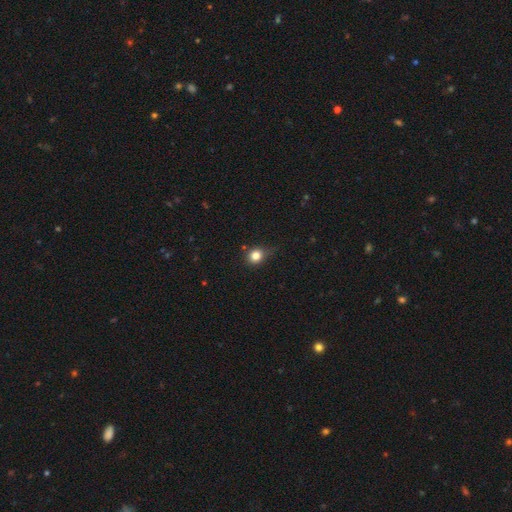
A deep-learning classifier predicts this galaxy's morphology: Smooth or featured?
  - smooth: 81% *
  - star or artifact: 12%
  - featured or disk: 7%
How rounded?
  - round: 81% *
  - in between: 18%
  - cigar-shaped: 1%
Merging?
  - none: 65% *
  - minor disturbance: 26%
  - major disturbance: 6%
  - merger: 3%